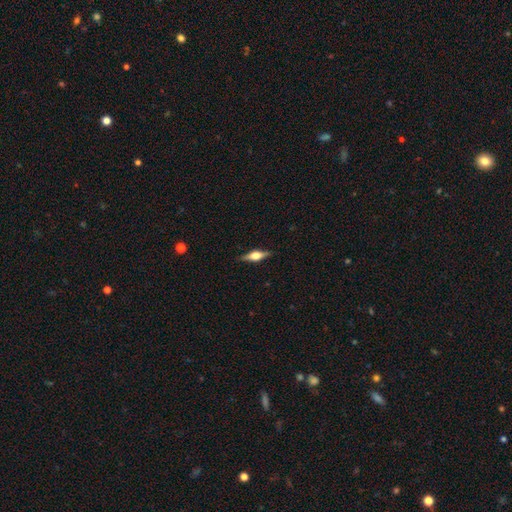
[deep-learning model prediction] Smooth or featured: featured or disk — 69% (smooth — 25%)
Edge-on disk: yes — 97% (no — 3%)
Edge-on bulge: rounded — 90% (boxy — 8%)
Merging: none — 88% (minor disturbance — 9%)